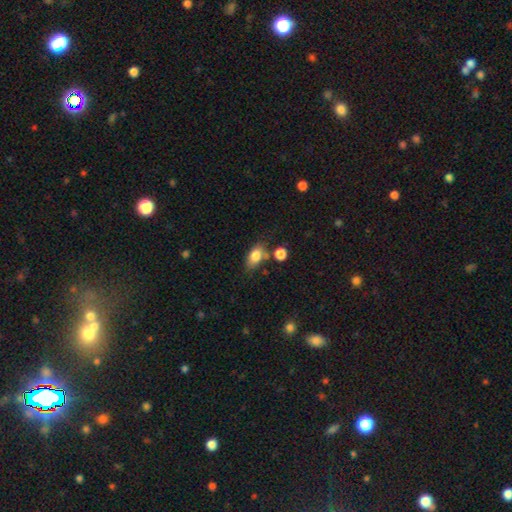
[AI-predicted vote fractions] The model was most divided on "merging": none: 64%, minor disturbance: 17%, merger: 14%, major disturbance: 5%. More confident: how rounded — in between (85%); smooth or featured — smooth (81%).